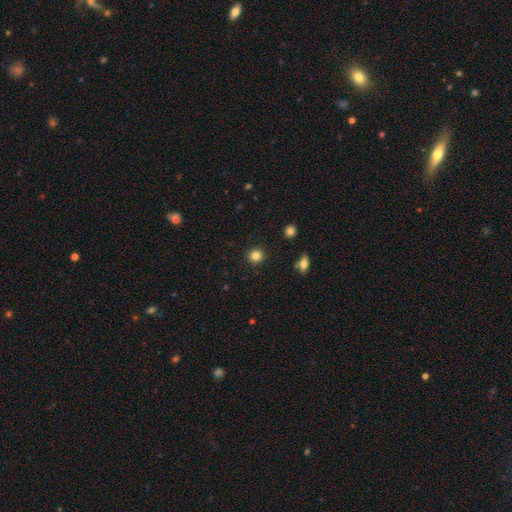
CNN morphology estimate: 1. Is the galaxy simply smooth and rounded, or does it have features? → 84% smooth, 11% star or artifact, 5% featured or disk.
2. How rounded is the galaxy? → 91% round, 8% in between, 1% cigar-shaped.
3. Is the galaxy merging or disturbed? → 91% none, 5% minor disturbance, 2% major disturbance, 1% merger.